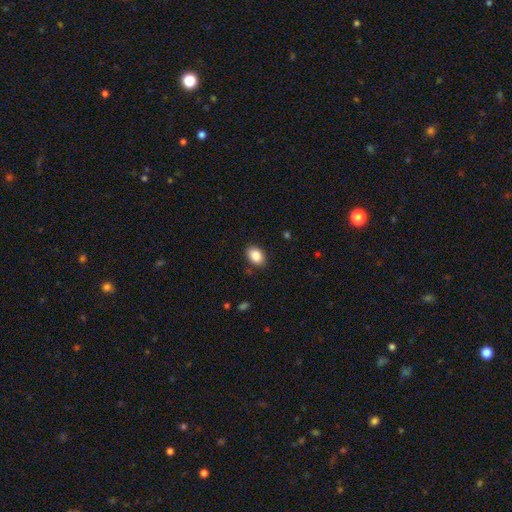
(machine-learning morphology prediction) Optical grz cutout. It shows a smooth galaxy with no disk features (87%) that is in between round and cigar-shaped (82%). Merging: none (86%).